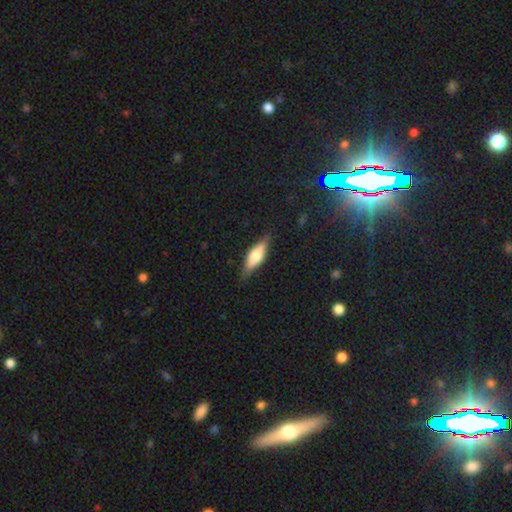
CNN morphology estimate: Smooth or featured? smooth (55%)
How rounded? in between (50%)
Merging? none (81%)